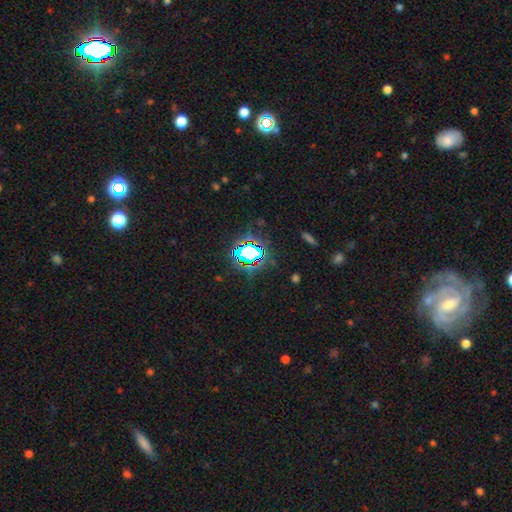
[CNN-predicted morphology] This appears to be a star or artifact, not a galaxy (71%).